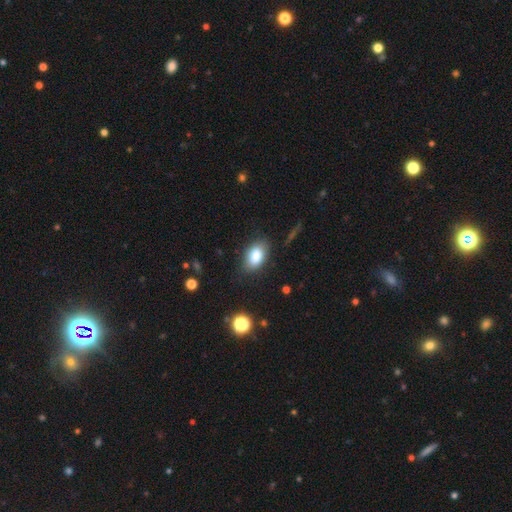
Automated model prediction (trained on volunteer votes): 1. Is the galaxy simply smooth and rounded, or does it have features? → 83% smooth, 9% featured or disk, 8% star or artifact.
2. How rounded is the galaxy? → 89% in between, 9% round, 2% cigar-shaped.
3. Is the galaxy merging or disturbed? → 81% none, 14% minor disturbance, 4% major disturbance, 2% merger.